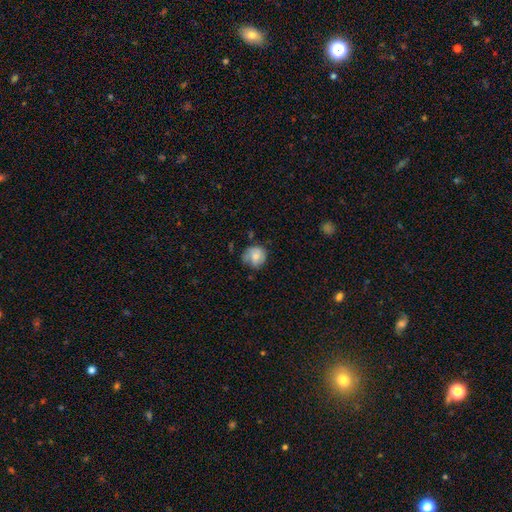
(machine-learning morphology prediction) This is likely a smooth galaxy (69%). How rounded: clearly round (81%). Merging: possibly none (55%).